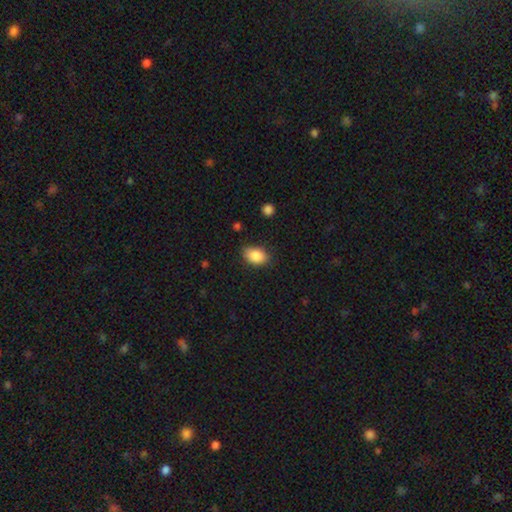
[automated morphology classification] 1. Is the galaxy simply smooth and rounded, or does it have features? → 87% smooth, 8% star or artifact, 5% featured or disk.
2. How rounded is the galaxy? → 85% in between, 14% round, 1% cigar-shaped.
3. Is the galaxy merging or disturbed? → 76% none, 19% minor disturbance, 4% major disturbance, 2% merger.